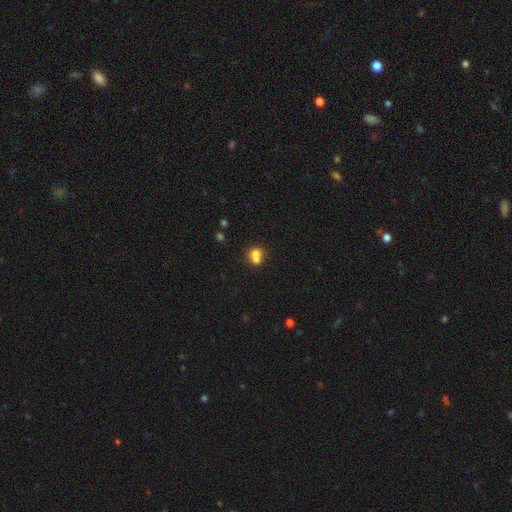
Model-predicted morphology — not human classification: Smooth or featured?
  - smooth: 71% *
  - featured or disk: 17%
  - star or artifact: 12%
How rounded?
  - round: 65% *
  - in between: 34%
  - cigar-shaped: 1%
Merging?
  - merger: 59% *
  - none: 30%
  - minor disturbance: 8%
  - major disturbance: 4%